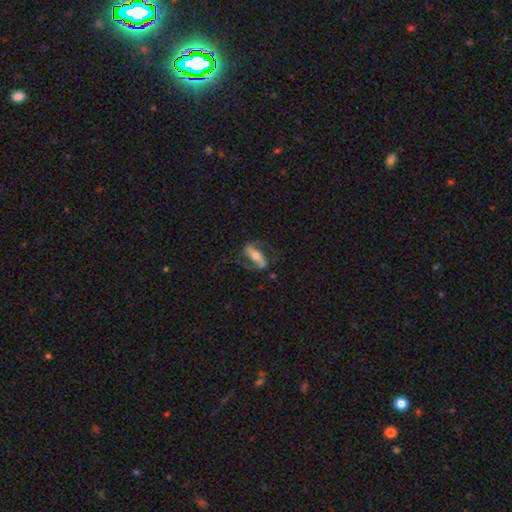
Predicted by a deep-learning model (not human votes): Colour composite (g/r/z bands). It shows a featured or disk galaxy (68%) with a strong bar (59%), spiral arms (82%) and a moderate central bulge (57%). Merging: none (69%).